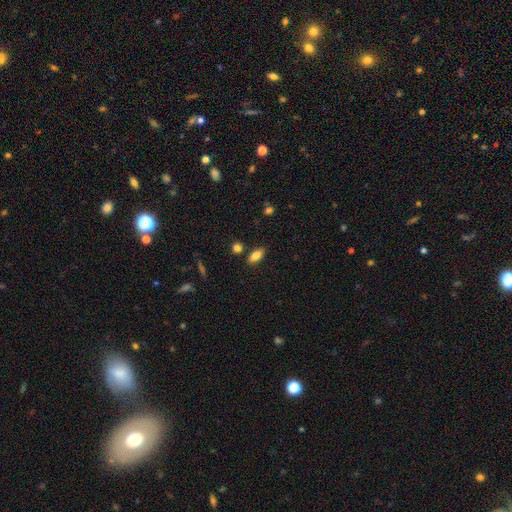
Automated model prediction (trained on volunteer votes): A smooth galaxy with no disk features (80%) that is in between round and cigar-shaped (84%).

Vote fractions:
- Smooth or featured? smooth: 80% / featured or disk: 12% / star or artifact: 8%
- How rounded? in between: 84% / cigar-shaped: 12% / round: 4%
- Merging? none: 83% / minor disturbance: 11% / merger: 4% / major disturbance: 2%